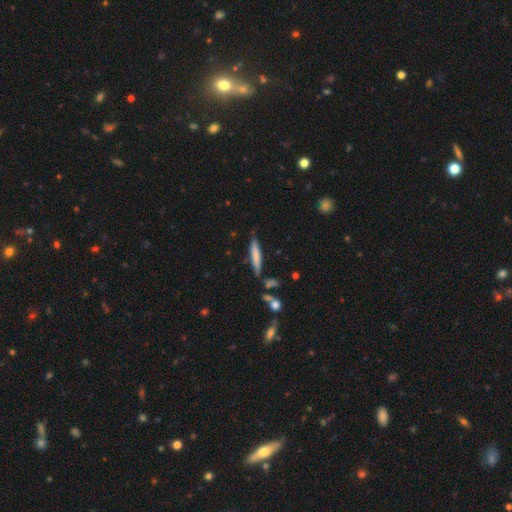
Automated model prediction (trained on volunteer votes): A smooth galaxy with no disk features (71%) that is cigar-shaped (90%). Merging: none (80%).